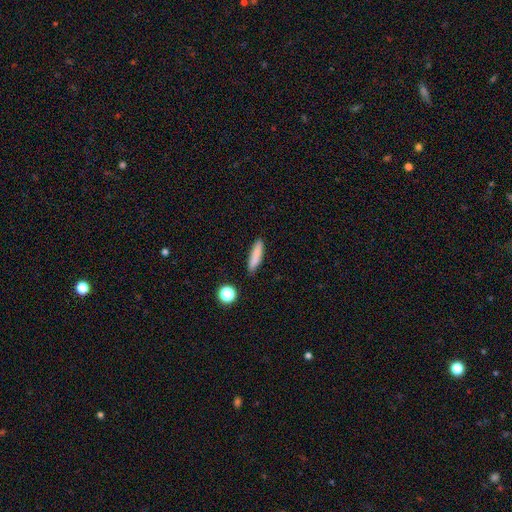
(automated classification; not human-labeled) A smooth galaxy with no disk features (83%) that is cigar-shaped (79%). Merging: none (87%).